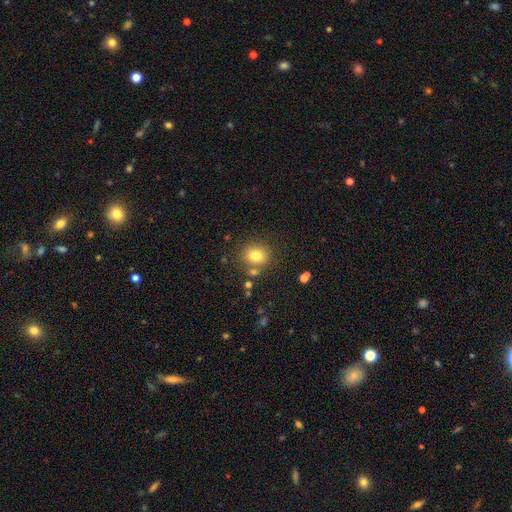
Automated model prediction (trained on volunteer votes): smooth_or_featured: smooth (p=0.79) [alt: star or artifact p=0.12]
how_rounded: round (p=0.72) [alt: in between p=0.28]
merging: none (p=0.77) [alt: minor disturbance p=0.11]